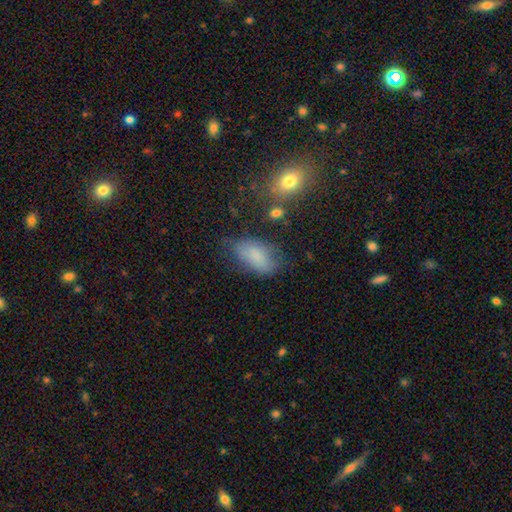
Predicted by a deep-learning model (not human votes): Smooth or featured?
  - smooth: 78% *
  - featured or disk: 13%
  - star or artifact: 9%
How rounded?
  - in between: 92% *
  - round: 4%
  - cigar-shaped: 4%
Merging?
  - none: 54% *
  - minor disturbance: 30%
  - major disturbance: 11%
  - merger: 5%